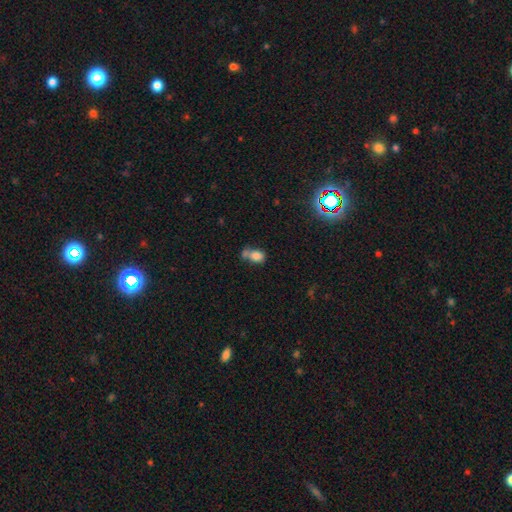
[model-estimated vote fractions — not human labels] This is likely a smooth galaxy (79%). How rounded: likely in between (66%). Merging: marginally merger (39%).